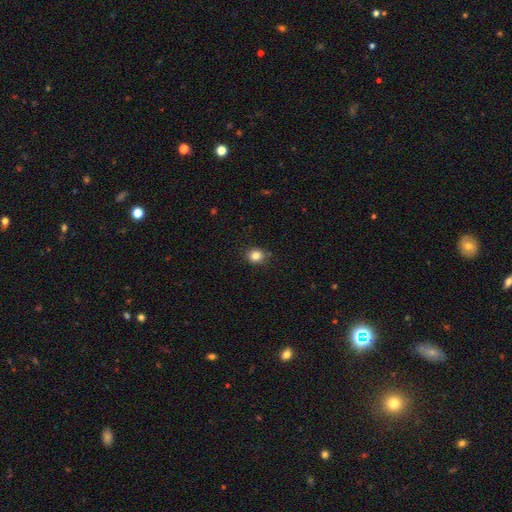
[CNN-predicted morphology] Smooth or featured? Predicted: smooth (p=0.83). How rounded? Predicted: round (p=0.72). Merging? Predicted: none (p=0.85).